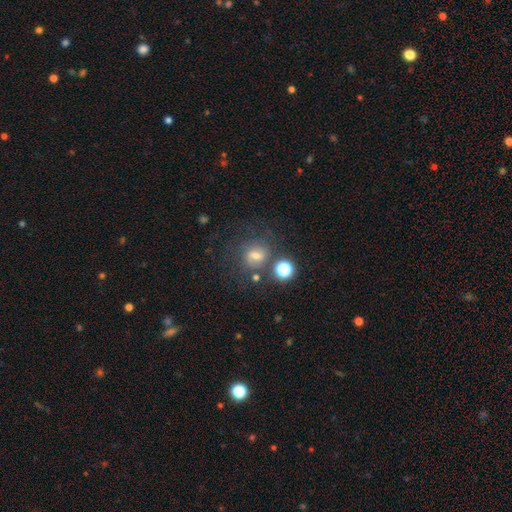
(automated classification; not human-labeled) Smooth or featured? Predicted: smooth (p=0.48). Merging? Predicted: none (p=0.60).